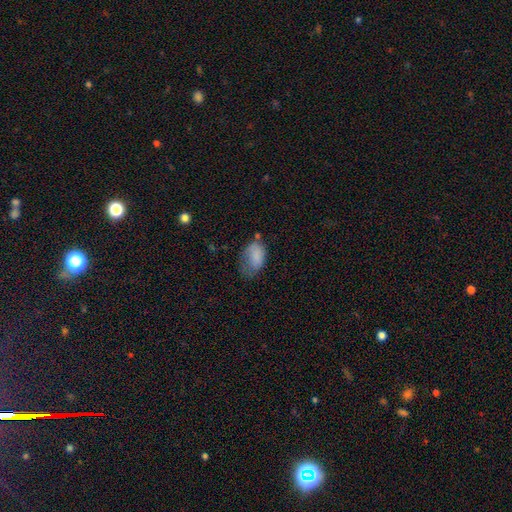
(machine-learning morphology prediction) smooth_or_featured: smooth (p=0.79) [alt: featured or disk p=0.12]
how_rounded: in between (p=0.87) [alt: round p=0.11]
merging: minor disturbance (p=0.35) [alt: none p=0.32]